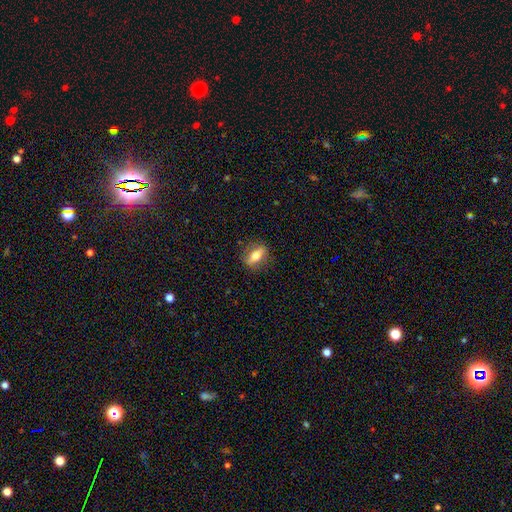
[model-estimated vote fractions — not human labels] Smooth or featured: smooth — 54% (featured or disk — 38%)
How rounded: in between — 65% (cigar-shaped — 23%)
Merging: none — 83% (minor disturbance — 12%)